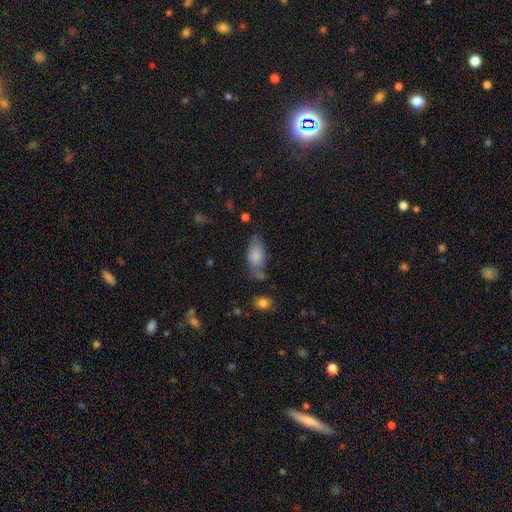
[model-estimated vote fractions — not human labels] The model was most divided on "merging": none: 50%, minor disturbance: 28%, merger: 13%, major disturbance: 10%. More confident: how rounded — in between (90%); smooth or featured — smooth (77%).